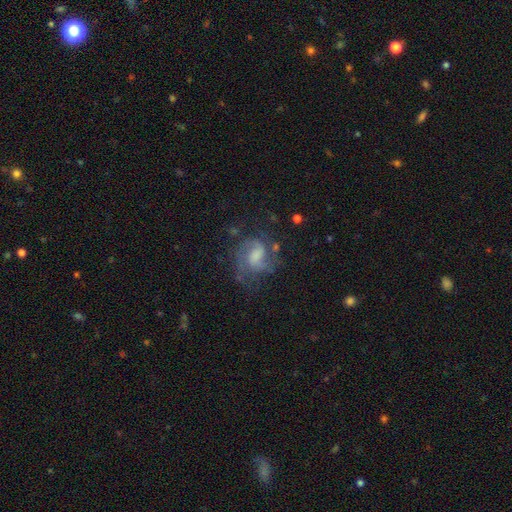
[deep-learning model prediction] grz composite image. It shows a featured or disk galaxy (74%) with a weak bar (48%), 2 (66%) medium (50%) spiral arms (91%) and a moderate central bulge (33%). Merging: none (57%).